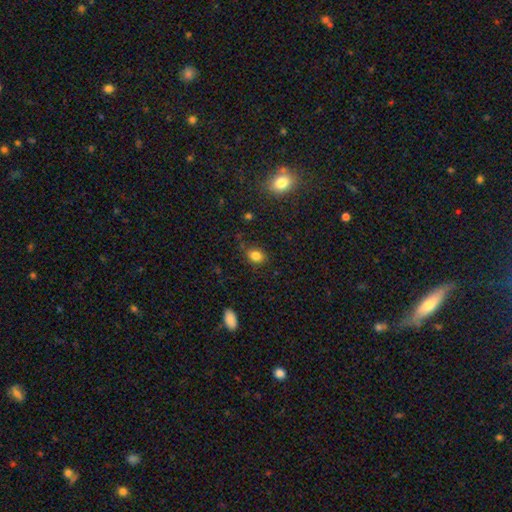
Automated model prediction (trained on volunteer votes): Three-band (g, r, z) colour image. It shows a smooth galaxy with no disk features (82%) that is in between round and cigar-shaped (59%). Merging: none (77%).